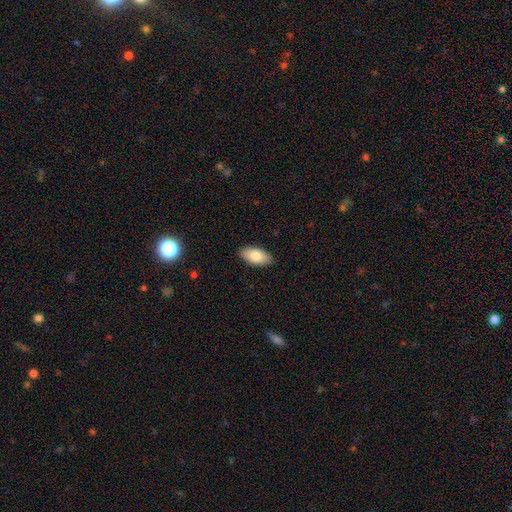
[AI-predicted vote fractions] smooth_or_featured: smooth (p=0.84) [alt: featured or disk p=0.10]
how_rounded: in between (p=0.94) [alt: cigar-shaped p=0.04]
merging: none (p=0.88) [alt: minor disturbance p=0.09]